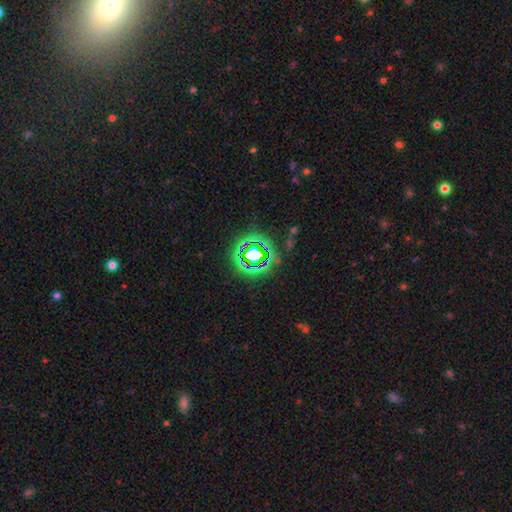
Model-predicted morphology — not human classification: Smooth or featured? star or artifact (69%)